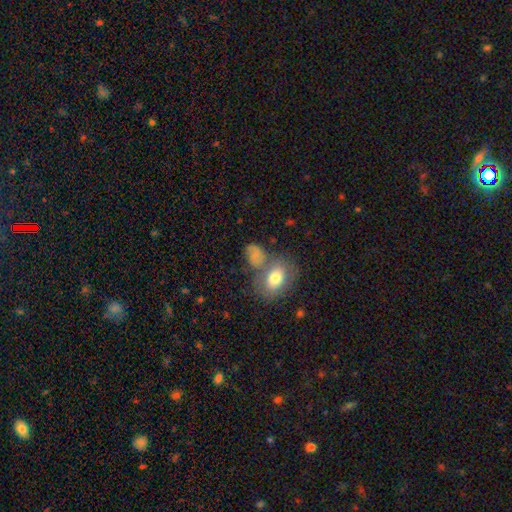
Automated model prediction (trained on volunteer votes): Smooth or featured? smooth (67%)
How rounded? in between (74%)
Merging? merger (36%)